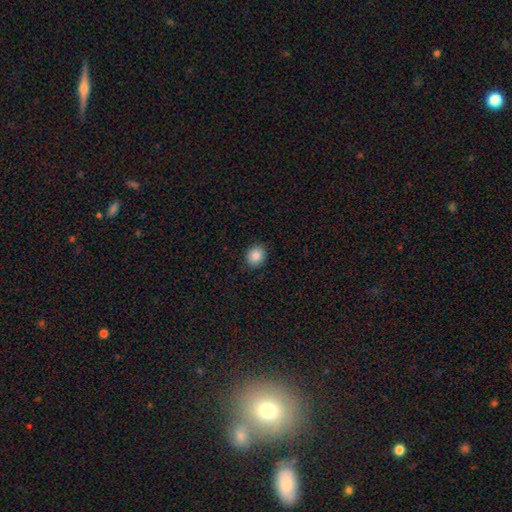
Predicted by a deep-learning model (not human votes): The model was most divided on "how rounded": round: 68%, in between: 31%, cigar-shaped: 1%. More confident: merging — none (90%); smooth or featured — smooth (87%).